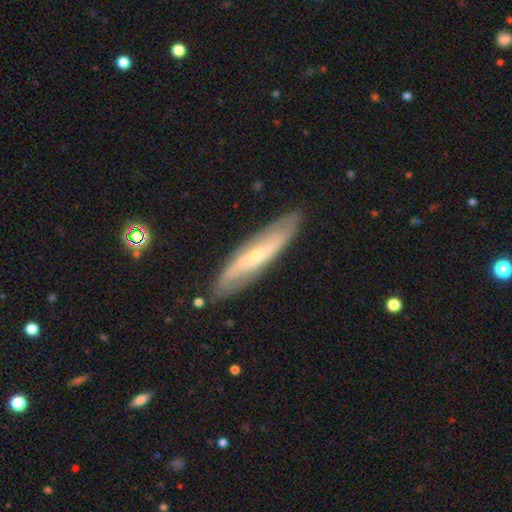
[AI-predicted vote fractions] A featured or disk galaxy (67%).

Vote fractions:
- Smooth or featured? featured or disk: 67% / smooth: 27% / star or artifact: 6%
- Edge-on disk? no: 60% / yes: 40%
- Merging? none: 84% / minor disturbance: 12% / major disturbance: 3% / merger: 2%